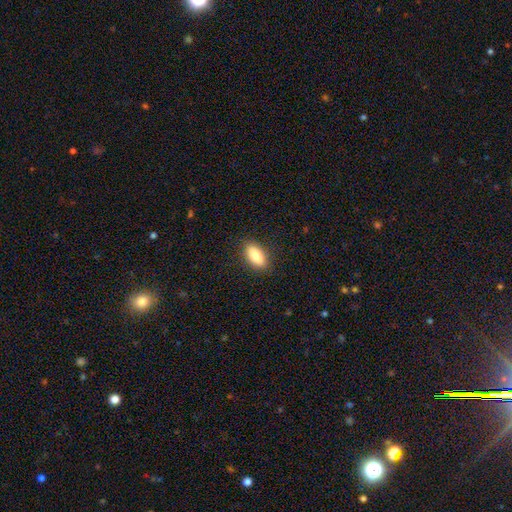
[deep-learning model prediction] Smooth or featured?
  - smooth: 86% *
  - featured or disk: 7%
  - star or artifact: 7%
How rounded?
  - in between: 89% *
  - cigar-shaped: 8%
  - round: 3%
Merging?
  - none: 88% *
  - minor disturbance: 9%
  - major disturbance: 2%
  - merger: 1%